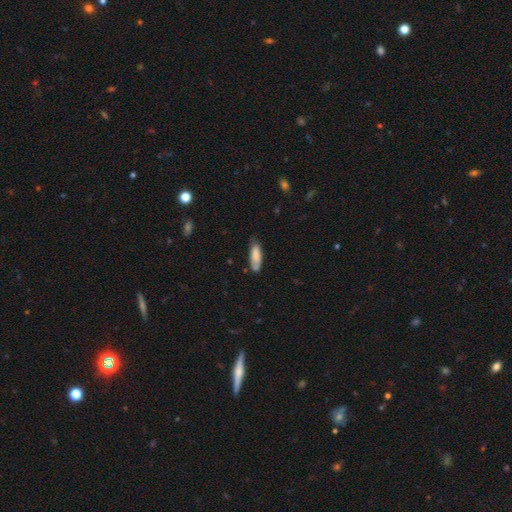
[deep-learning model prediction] Smooth or featured? Predicted: smooth (p=0.82). How rounded? Predicted: in between (p=0.53). Merging? Predicted: none (p=0.63).